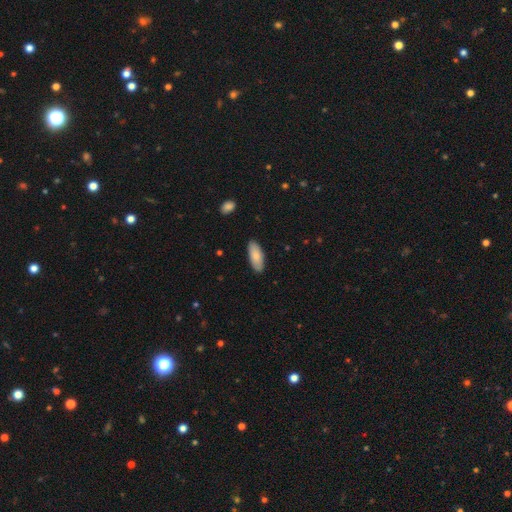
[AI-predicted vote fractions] Smooth or featured: smooth — 85% (featured or disk — 10%)
How rounded: in between — 80% (cigar-shaped — 18%)
Merging: none — 87% (minor disturbance — 10%)